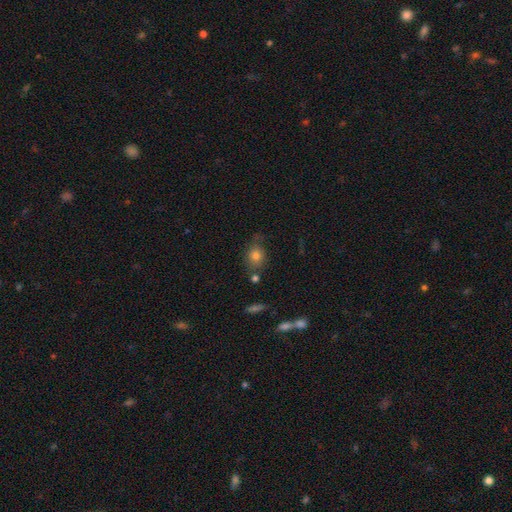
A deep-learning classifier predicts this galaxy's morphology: A smooth galaxy with no disk features (78%) that is round (55%). Merging: none (61%).